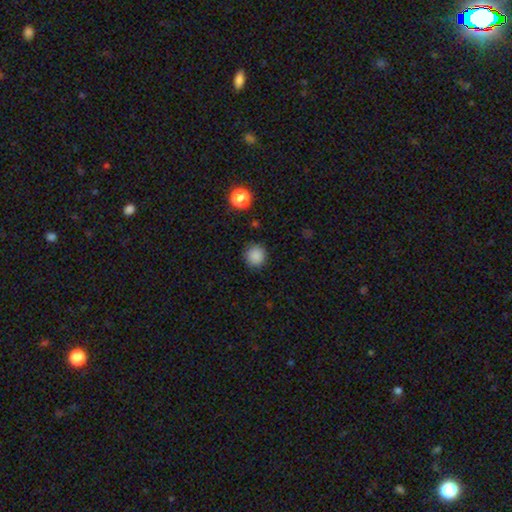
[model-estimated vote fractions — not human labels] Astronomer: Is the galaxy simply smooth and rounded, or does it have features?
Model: smooth — 86%.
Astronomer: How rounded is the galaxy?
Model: round — 93%.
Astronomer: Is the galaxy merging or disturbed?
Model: none — 89%.